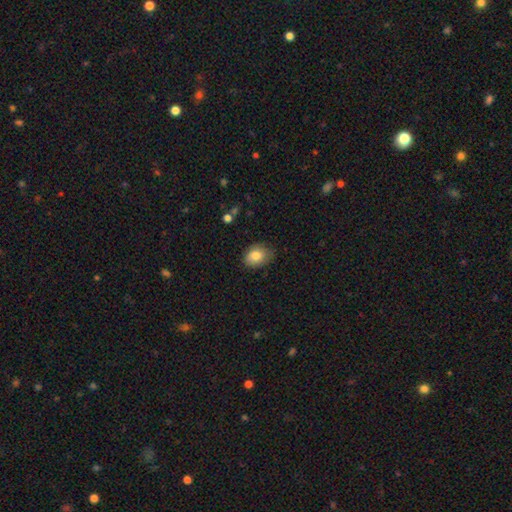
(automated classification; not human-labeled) Smooth or featured: smooth — 82% (featured or disk — 9%)
How rounded: in between — 69% (round — 30%)
Merging: none — 73% (minor disturbance — 22%)